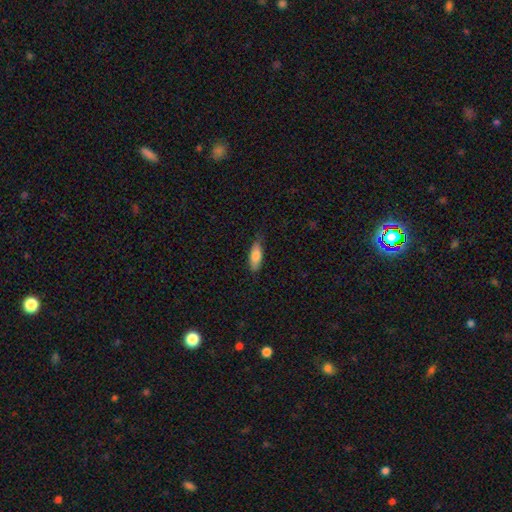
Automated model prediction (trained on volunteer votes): A smooth galaxy with no disk features (79%) that is in between round and cigar-shaped (68%).

Vote fractions:
- Smooth or featured? smooth: 79% / featured or disk: 15% / star or artifact: 6%
- How rounded? in between: 68% / cigar-shaped: 30% / round: 2%
- Merging? none: 74% / minor disturbance: 21% / major disturbance: 4% / merger: 1%